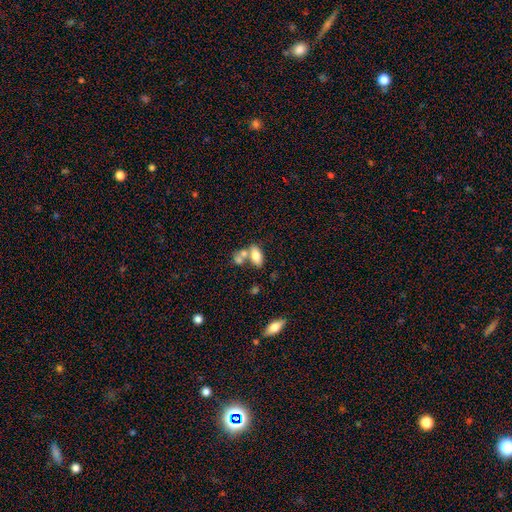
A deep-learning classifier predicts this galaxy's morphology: This appears to be a smooth galaxy with no disk features (72%) that is in between round and cigar-shaped (88%). Merging: merger (42%).